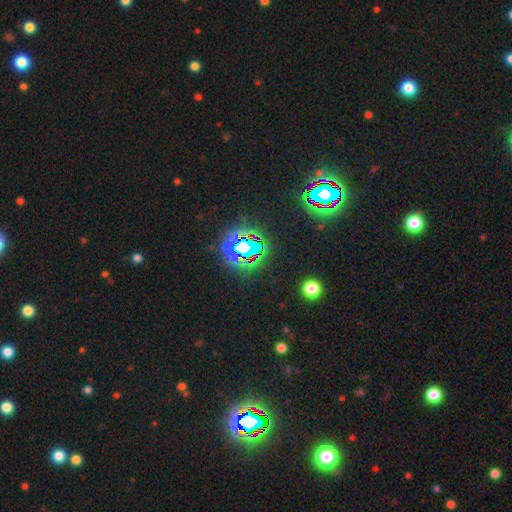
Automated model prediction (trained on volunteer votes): smooth-or-featured: star or artifact: 83% | smooth: 11% | featured or disk: 6%